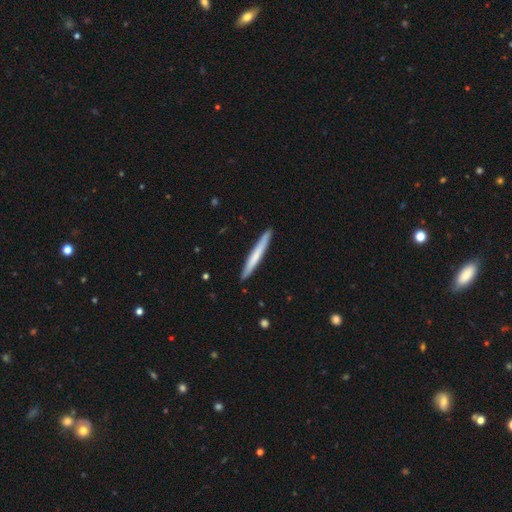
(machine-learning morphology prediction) Q: Smooth or featured?
A: smooth (63%); runner-up: featured or disk (32%)
Q: How rounded?
A: cigar-shaped (97%); runner-up: in between (2%)
Q: Merging?
A: none (92%); runner-up: minor disturbance (6%)